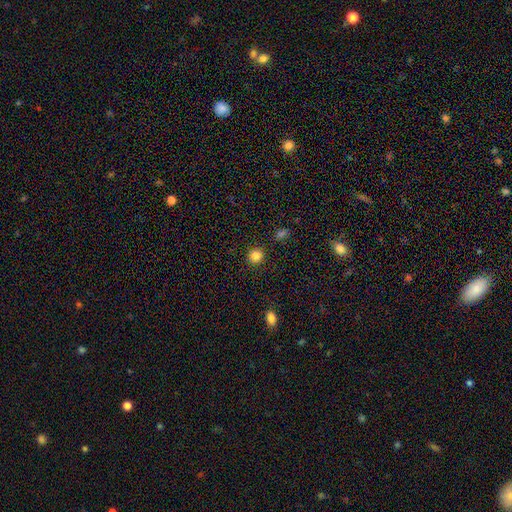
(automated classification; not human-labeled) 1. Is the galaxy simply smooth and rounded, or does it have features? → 84% smooth, 12% star or artifact, 4% featured or disk.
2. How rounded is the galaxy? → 92% round, 7% in between, 1% cigar-shaped.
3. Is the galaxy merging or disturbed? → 91% none, 5% minor disturbance, 2% major disturbance, 2% merger.